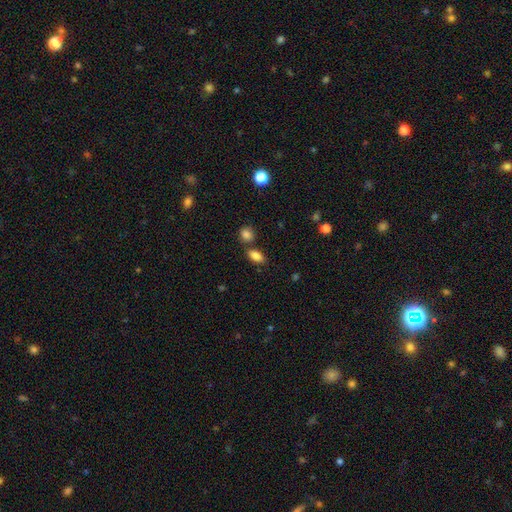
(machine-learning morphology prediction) Smooth or featured? smooth (84%)
How rounded? in between (88%)
Merging? none (69%)